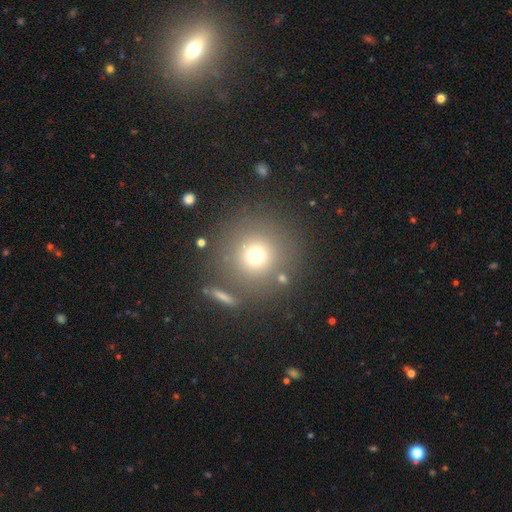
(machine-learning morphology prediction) A smooth galaxy with no disk features (71%) that is round (94%). Merging: none (79%).